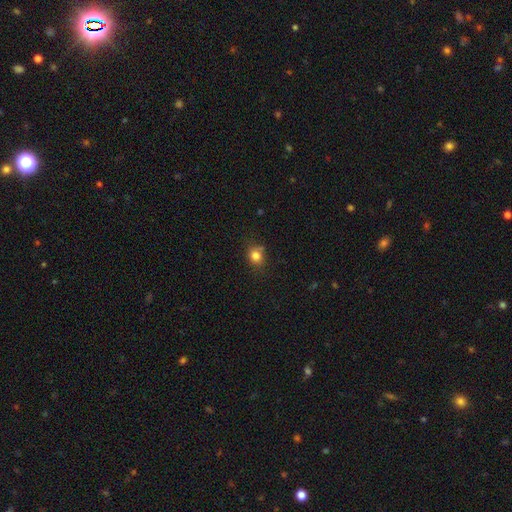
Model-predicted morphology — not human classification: smooth 81%, star or artifact 12%, featured or disk 7%. Down the decision tree: how rounded — round (67%); merging — none (70%).